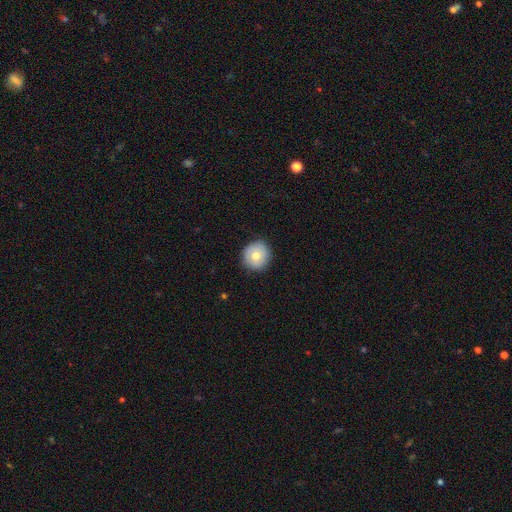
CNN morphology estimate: smooth 69%, featured or disk 22%, star or artifact 9%. Down the decision tree: how rounded — round (93%); merging — none (87%).